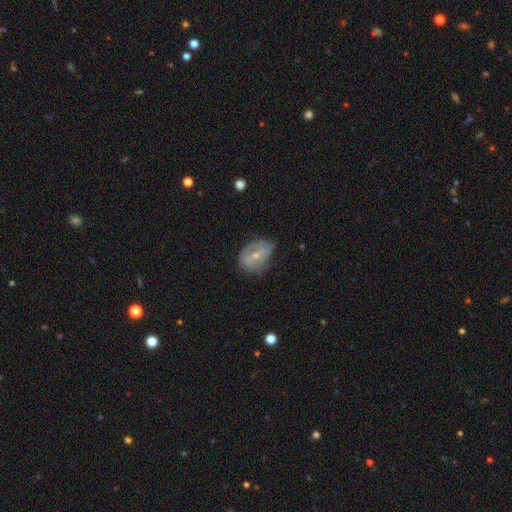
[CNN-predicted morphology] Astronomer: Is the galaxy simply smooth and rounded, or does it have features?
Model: featured or disk — 58% (runner-up: smooth, 34%).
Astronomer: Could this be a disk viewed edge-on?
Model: no — 95%.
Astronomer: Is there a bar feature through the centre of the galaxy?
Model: no — 55% (runner-up: weak, 33%).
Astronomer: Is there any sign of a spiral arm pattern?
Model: yes — 62% (runner-up: no, 38%).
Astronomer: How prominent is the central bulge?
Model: small — 55% (runner-up: moderate, 41%).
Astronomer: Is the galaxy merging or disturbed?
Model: none — 56% (runner-up: minor disturbance, 32%).